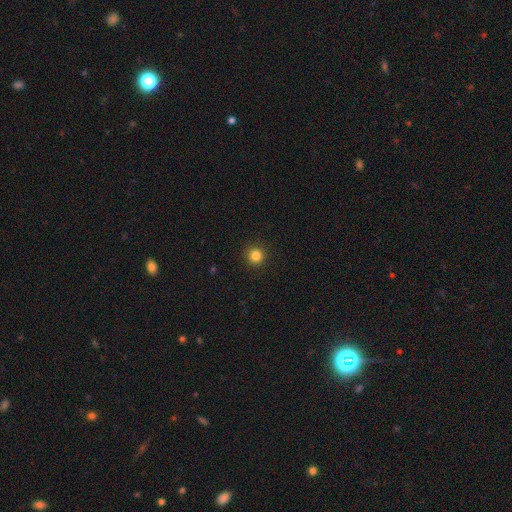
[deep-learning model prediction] This is clearly a smooth galaxy (83%). How rounded: clearly round (95%). Merging: clearly none (93%).